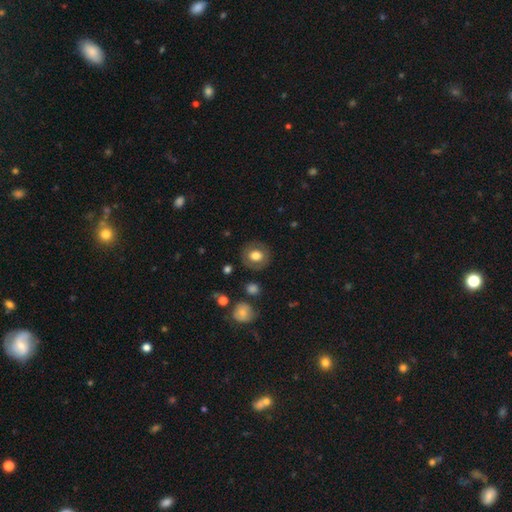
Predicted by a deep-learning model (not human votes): Overall: smooth (67%). How rounded: round (83%). Merging: none (85%).